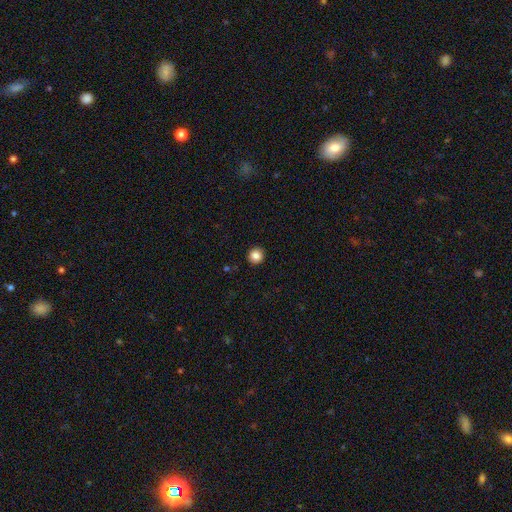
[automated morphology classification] Q: Smooth or featured?
A: smooth (85%); runner-up: star or artifact (10%)
Q: How rounded?
A: round (95%); runner-up: in between (5%)
Q: Merging?
A: none (93%); runner-up: minor disturbance (5%)